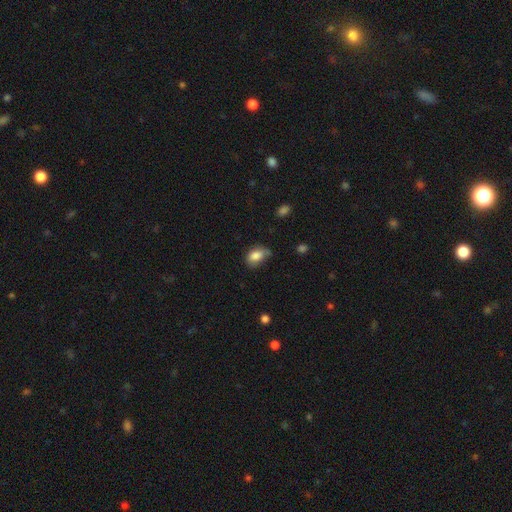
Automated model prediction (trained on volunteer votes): Smooth or featured? smooth (82%)
How rounded? in between (86%)
Merging? none (50%)